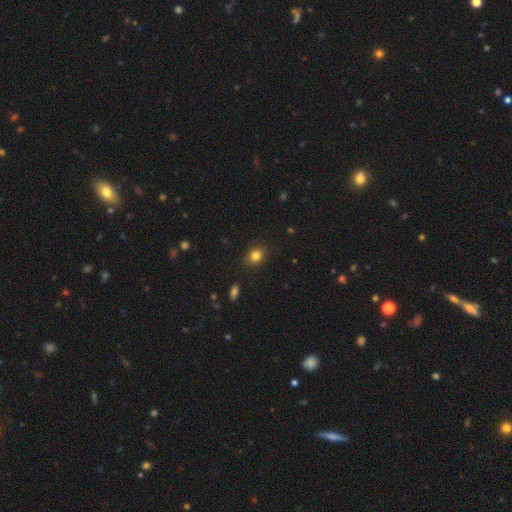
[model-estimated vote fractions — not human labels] Smooth or featured?
  - smooth: 83% *
  - star or artifact: 12%
  - featured or disk: 6%
How rounded?
  - round: 68% *
  - in between: 31%
  - cigar-shaped: 1%
Merging?
  - none: 88% *
  - minor disturbance: 9%
  - major disturbance: 2%
  - merger: 1%